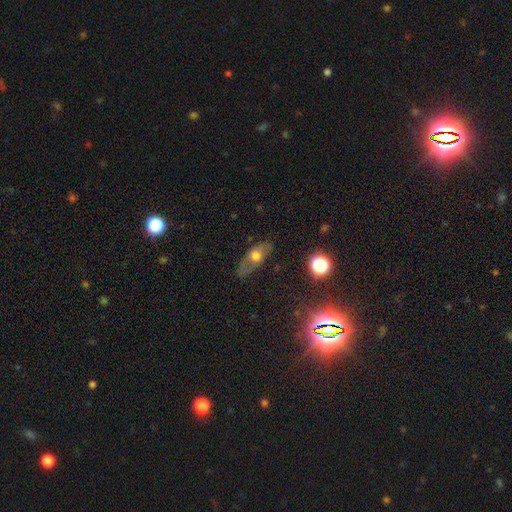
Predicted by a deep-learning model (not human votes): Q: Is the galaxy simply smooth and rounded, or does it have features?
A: smooth — 49%.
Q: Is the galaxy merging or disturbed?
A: none — 74%.